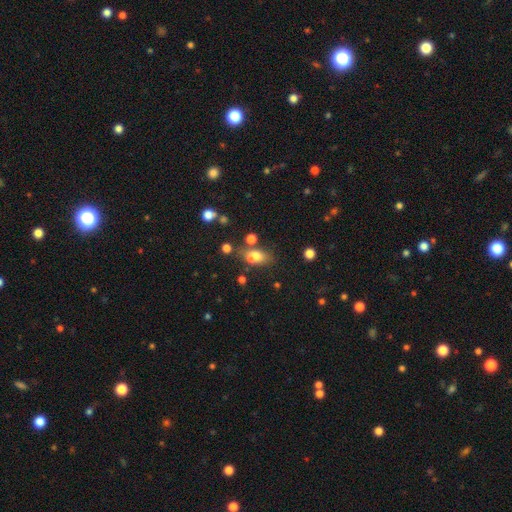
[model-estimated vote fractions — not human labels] This is likely a smooth galaxy (73%). How rounded: likely in between (80%). Merging: possibly none (48%).